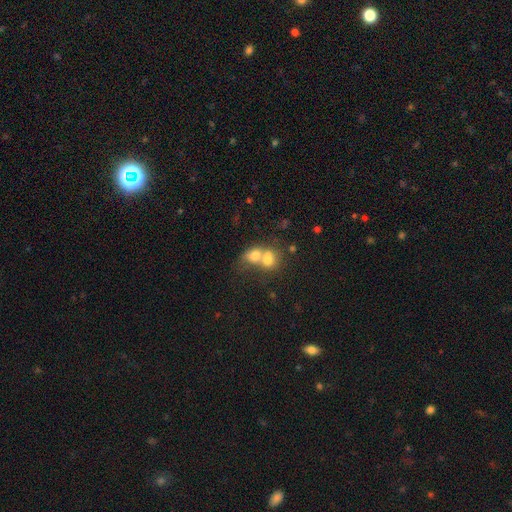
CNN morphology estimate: Smooth or featured? smooth (69%)
How rounded? in between (52%)
Merging? merger (75%)